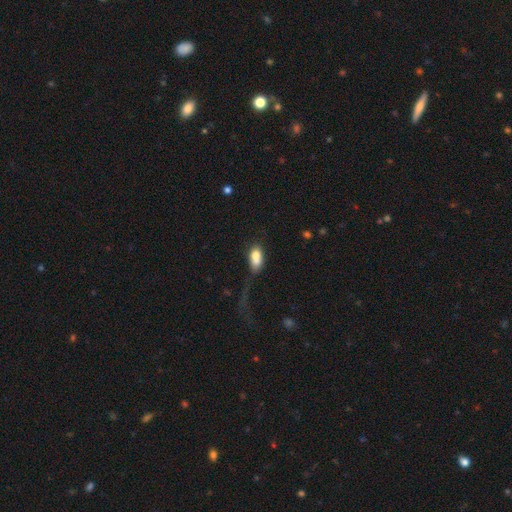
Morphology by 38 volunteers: Overall: smooth (58%; featured or disk 34%). How rounded: in between (86%). Merging: merger (40%; major disturbance 29%).